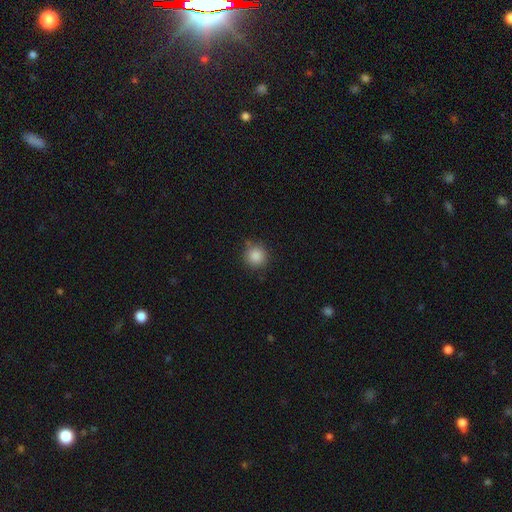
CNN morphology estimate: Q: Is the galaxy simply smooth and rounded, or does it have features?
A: smooth — 87%.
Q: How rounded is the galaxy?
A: round — 94%.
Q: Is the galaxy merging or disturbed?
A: none — 82%.